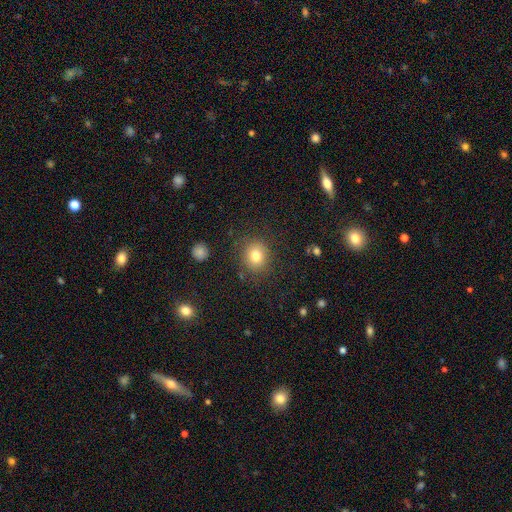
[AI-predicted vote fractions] smooth_or_featured: smooth (p=0.79) [alt: star or artifact p=0.12]
how_rounded: round (p=0.79) [alt: in between p=0.20]
merging: none (p=0.84) [alt: minor disturbance p=0.10]